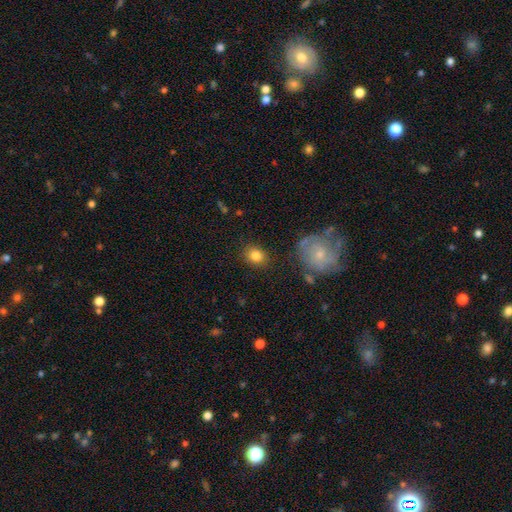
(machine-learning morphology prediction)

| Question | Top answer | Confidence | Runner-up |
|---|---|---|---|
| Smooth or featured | smooth | 83% | star or artifact (9%) |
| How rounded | round | 61% | in between (38%) |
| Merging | none | 83% | minor disturbance (11%) |